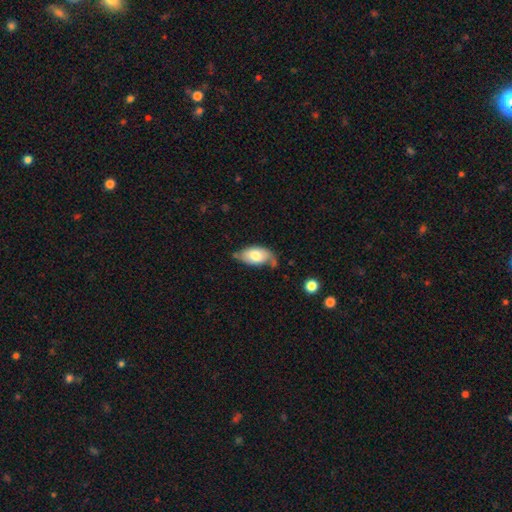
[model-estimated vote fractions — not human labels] A smooth galaxy with no disk features (73%) that is in between round and cigar-shaped (93%). Merging: none (50%).